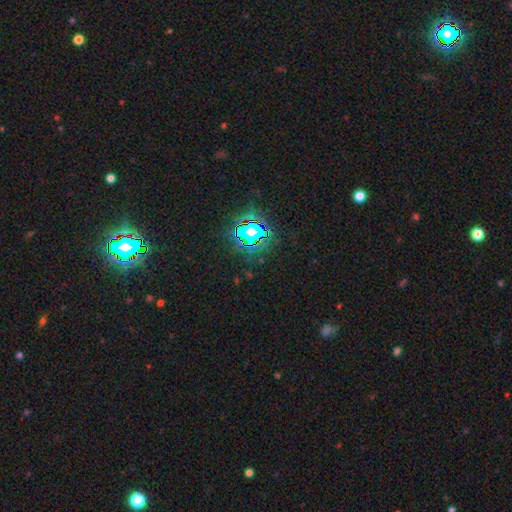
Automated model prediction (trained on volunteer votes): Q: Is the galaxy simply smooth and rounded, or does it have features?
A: star or artifact — 82%.